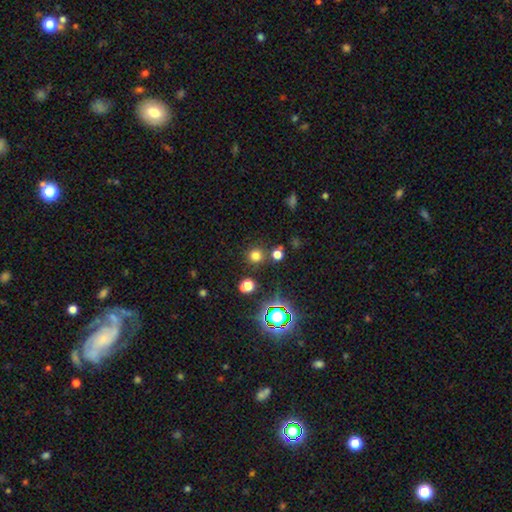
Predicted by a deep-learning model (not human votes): Overall: smooth (71%). How rounded: round (93%). Merging: none (82%).